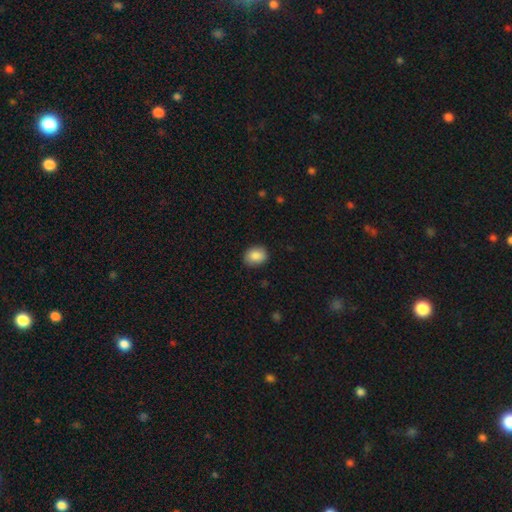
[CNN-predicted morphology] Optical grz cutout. It shows a smooth galaxy with no disk features (88%) that is in between round and cigar-shaped (50%). Merging: none (87%).